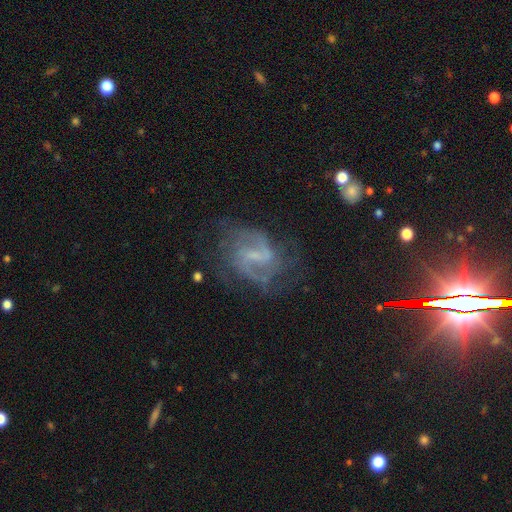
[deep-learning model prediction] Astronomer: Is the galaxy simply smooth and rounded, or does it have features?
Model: featured or disk — 83%.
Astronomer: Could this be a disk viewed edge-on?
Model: no — 97%.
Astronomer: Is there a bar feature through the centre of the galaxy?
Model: weak — 56%.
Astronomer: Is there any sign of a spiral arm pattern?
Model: yes — 92%.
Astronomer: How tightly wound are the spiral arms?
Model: medium — 50% (runner-up: loose, 32%).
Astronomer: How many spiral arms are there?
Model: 2 — 73%.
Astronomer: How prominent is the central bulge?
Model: small — 52% (runner-up: none, 30%).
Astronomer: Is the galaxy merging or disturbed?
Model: none — 63%.